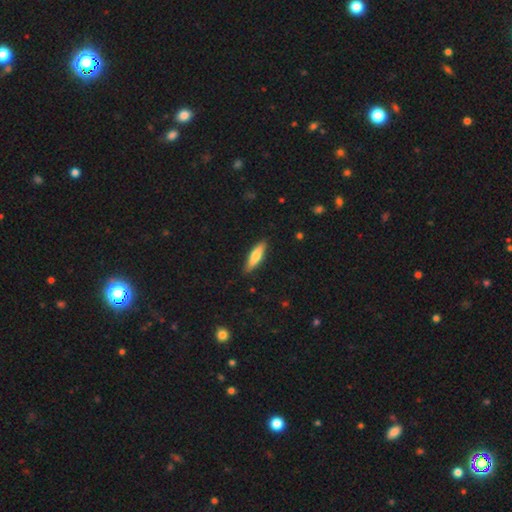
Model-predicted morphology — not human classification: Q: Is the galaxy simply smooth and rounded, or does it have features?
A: smooth — 69%.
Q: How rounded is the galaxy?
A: cigar-shaped — 71%.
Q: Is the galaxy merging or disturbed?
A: none — 88%.